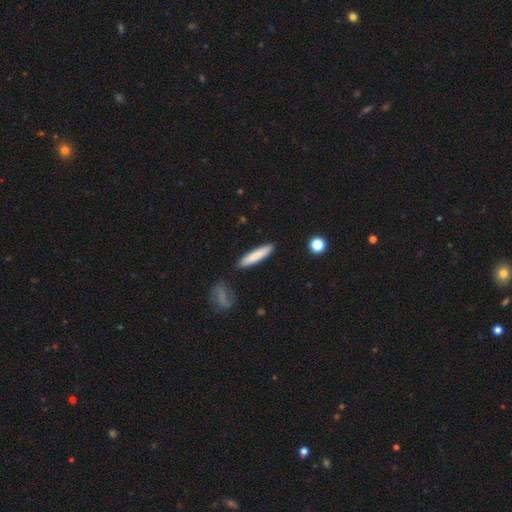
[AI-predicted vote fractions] Q: Smooth or featured?
A: smooth (79%); runner-up: featured or disk (15%)
Q: How rounded?
A: cigar-shaped (87%); runner-up: in between (12%)
Q: Merging?
A: none (88%); runner-up: minor disturbance (8%)